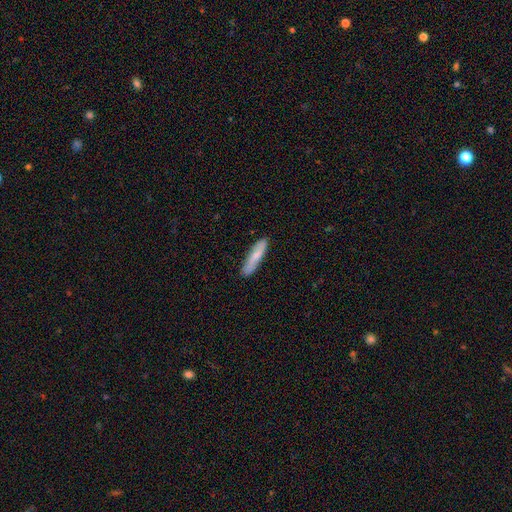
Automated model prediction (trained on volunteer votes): Smooth or featured? smooth (67%)
How rounded? cigar-shaped (82%)
Merging? none (87%)